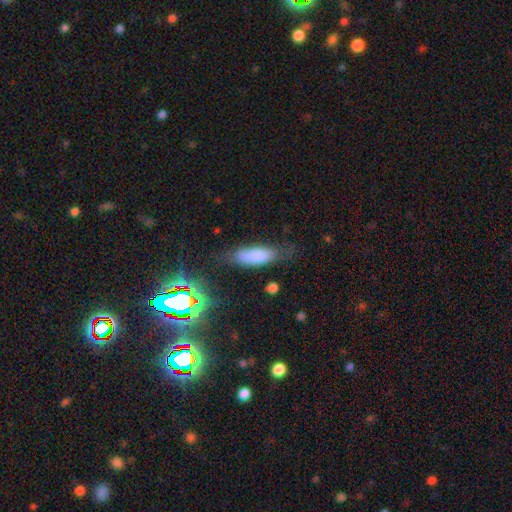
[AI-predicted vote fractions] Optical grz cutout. It shows a smooth galaxy with no disk features (77%) that is in between round and cigar-shaped (60%). Merging: none (64%).